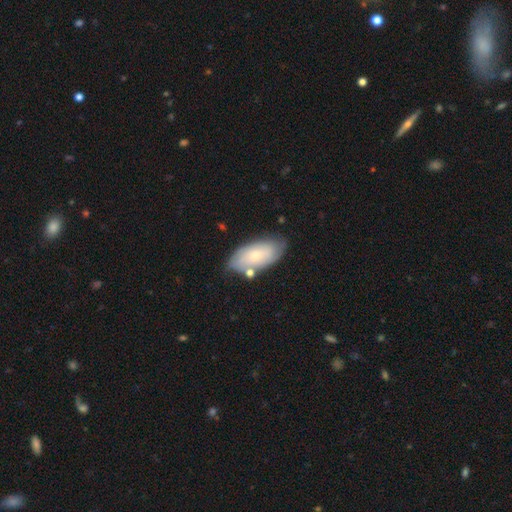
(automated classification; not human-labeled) Q: Smooth or featured?
A: smooth (60%); runner-up: featured or disk (34%)
Q: How rounded?
A: in between (91%); runner-up: cigar-shaped (6%)
Q: Merging?
A: none (67%); runner-up: minor disturbance (20%)